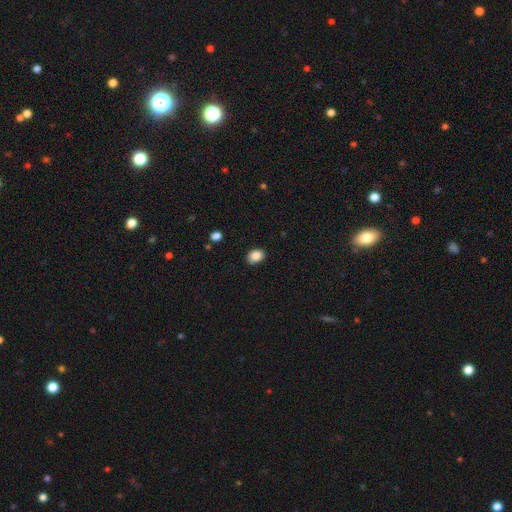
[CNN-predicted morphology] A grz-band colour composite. It shows a smooth galaxy with no disk features (86%) that is in between round and cigar-shaped (70%). Merging: none (84%).